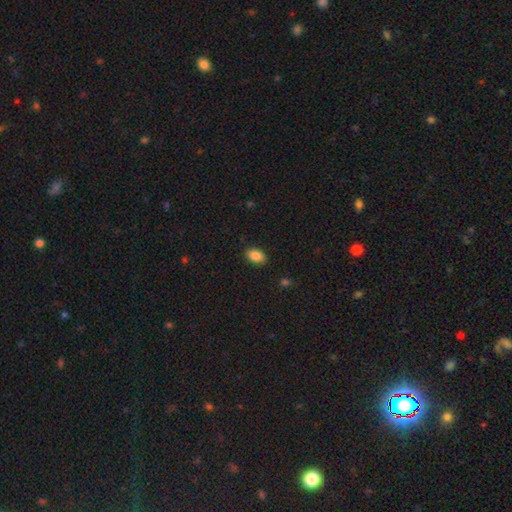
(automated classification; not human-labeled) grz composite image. It shows a smooth galaxy with no disk features (86%) that is in between round and cigar-shaped (88%). Merging: none (87%).